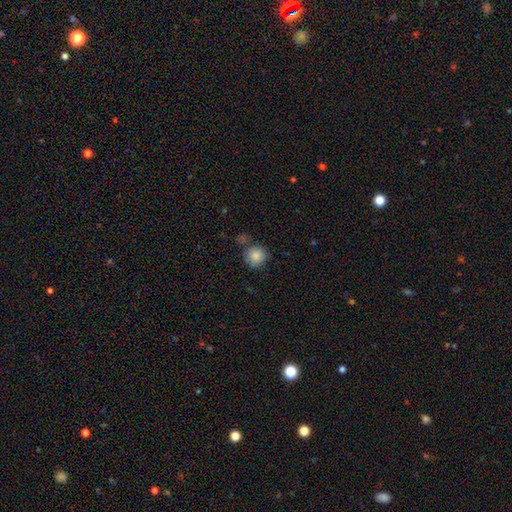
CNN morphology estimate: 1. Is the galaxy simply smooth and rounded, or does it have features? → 84% smooth, 9% star or artifact, 7% featured or disk.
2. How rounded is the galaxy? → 89% round, 10% in between, 1% cigar-shaped.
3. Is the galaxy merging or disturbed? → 70% none, 17% minor disturbance, 8% merger, 5% major disturbance.